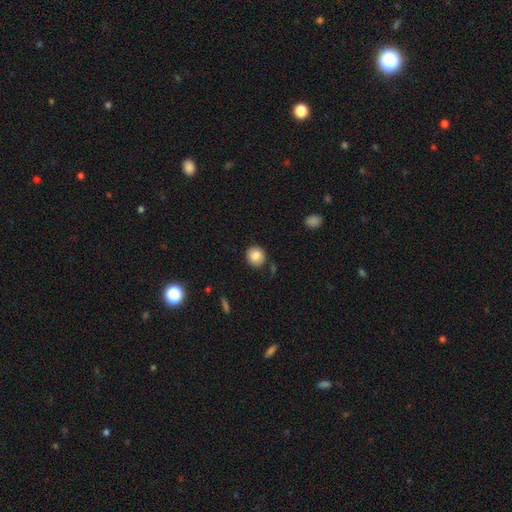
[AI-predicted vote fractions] smooth_or_featured: smooth (p=0.82) [alt: featured or disk p=0.09]
how_rounded: round (p=0.86) [alt: in between p=0.13]
merging: none (p=0.85) [alt: minor disturbance p=0.10]